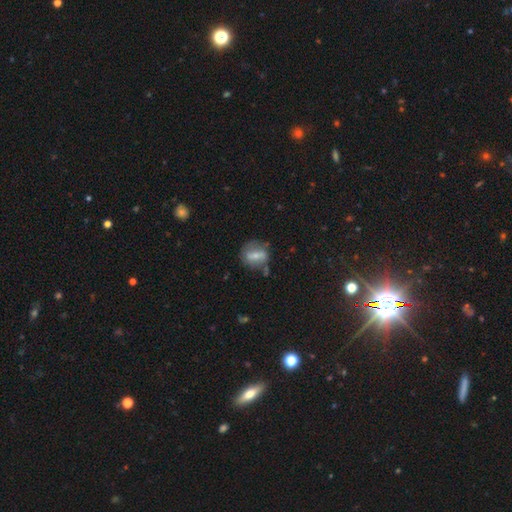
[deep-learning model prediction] Q: Smooth or featured?
A: smooth (52%); runner-up: featured or disk (39%)
Q: How rounded?
A: in between (49%); runner-up: round (46%)
Q: Merging?
A: none (58%); runner-up: minor disturbance (24%)